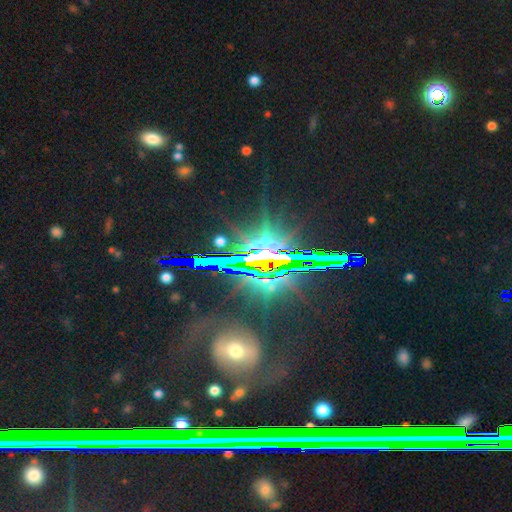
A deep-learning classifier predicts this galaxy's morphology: A star or artifact, not a galaxy (70%).

Vote fractions:
- Smooth or featured? star or artifact: 70% / featured or disk: 20% / smooth: 11%